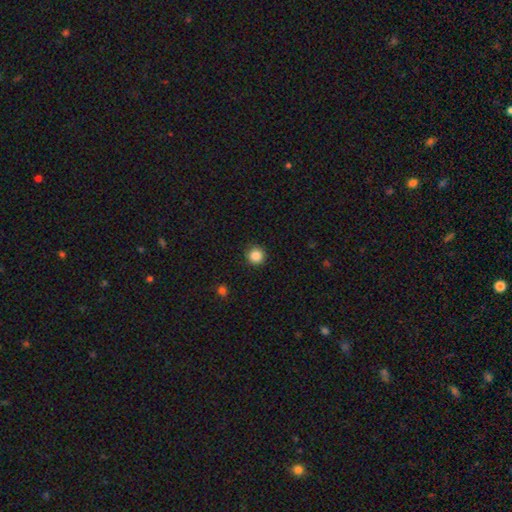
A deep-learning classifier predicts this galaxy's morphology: Q: Smooth or featured?
A: smooth (87%); runner-up: star or artifact (10%)
Q: How rounded?
A: round (95%); runner-up: in between (4%)
Q: Merging?
A: none (92%); runner-up: minor disturbance (5%)